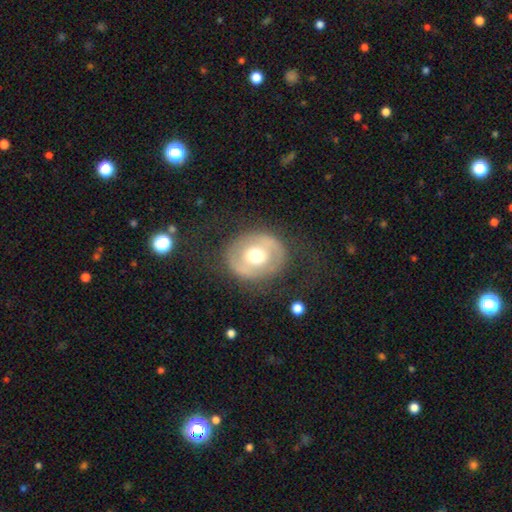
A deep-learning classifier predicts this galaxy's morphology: smooth_or_featured: featured or disk (p=0.51) [alt: smooth p=0.42]
disk_edge_on: no (p=0.95) [alt: yes p=0.05]
merging: none (p=0.76) [alt: minor disturbance p=0.13]